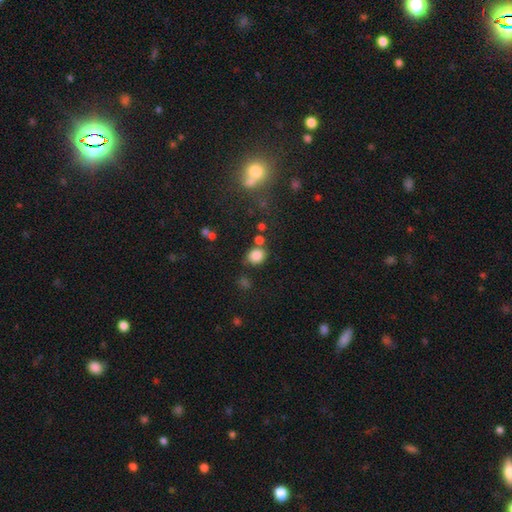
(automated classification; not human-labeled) Morphology: type=smooth (83%); roundness=round (61%); merging=none (68%).